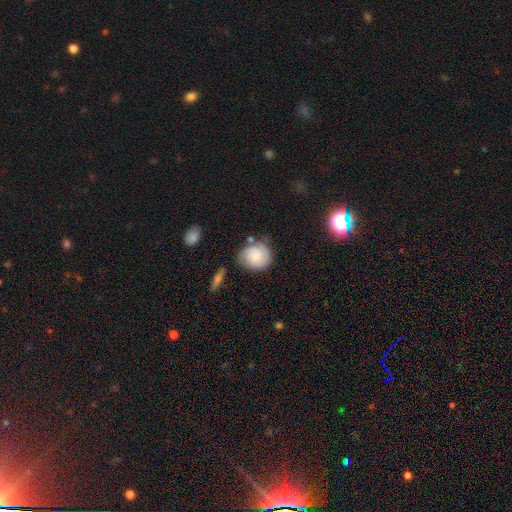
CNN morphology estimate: This is likely a smooth galaxy (63%). How rounded: likely round (71%). Merging: possibly none (56%).